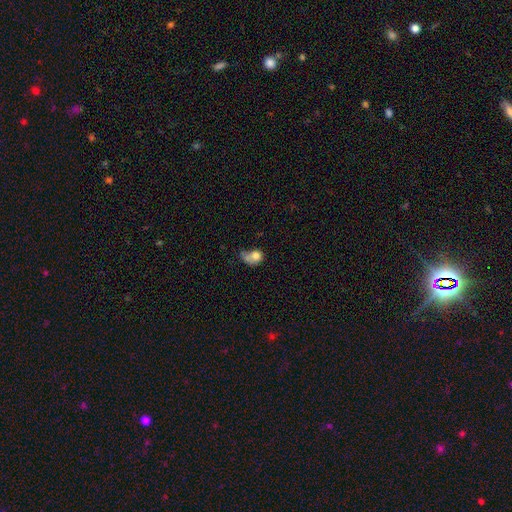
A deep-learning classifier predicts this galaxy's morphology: This appears to be a smooth galaxy with no disk features (70%) that is round (50%). Merging: major disturbance (34%).